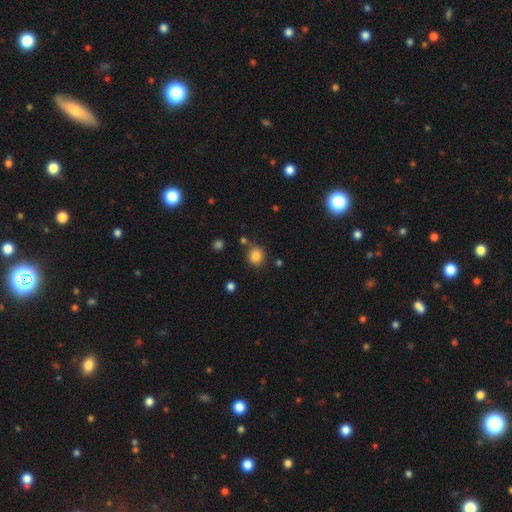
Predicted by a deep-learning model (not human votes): Overall: smooth (84%). How rounded: round (86%). Merging: none (80%).